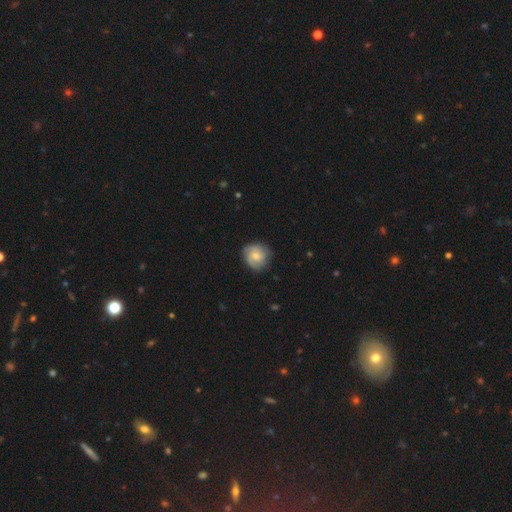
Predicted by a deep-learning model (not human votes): A featured or disk galaxy (49%).

Vote fractions:
- Smooth or featured? featured or disk: 49% / smooth: 44% / star or artifact: 7%
- Merging? none: 78% / minor disturbance: 17% / major disturbance: 4% / merger: 1%